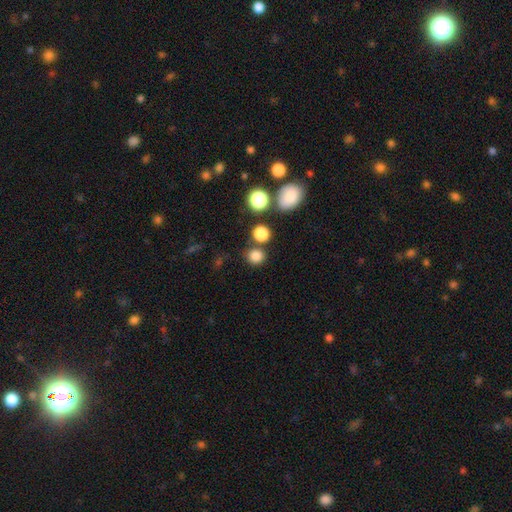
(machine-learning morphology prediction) smooth_or_featured: smooth (p=0.81) [alt: star or artifact p=0.15]
how_rounded: round (p=0.86) [alt: in between p=0.13]
merging: none (p=0.78) [alt: merger p=0.10]